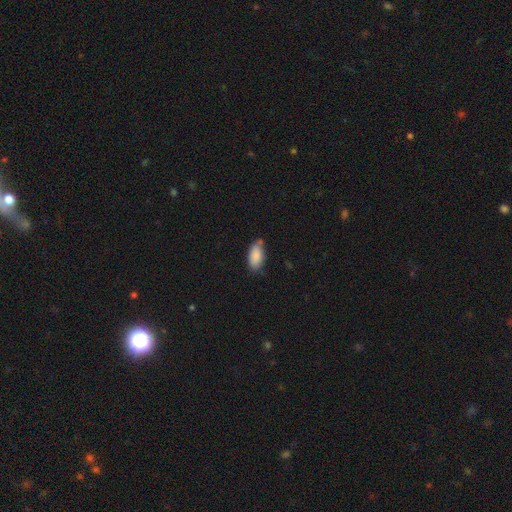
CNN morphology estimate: smooth 87%, star or artifact 7%, featured or disk 6%. Down the decision tree: how rounded — in between (92%); merging — none (68%).